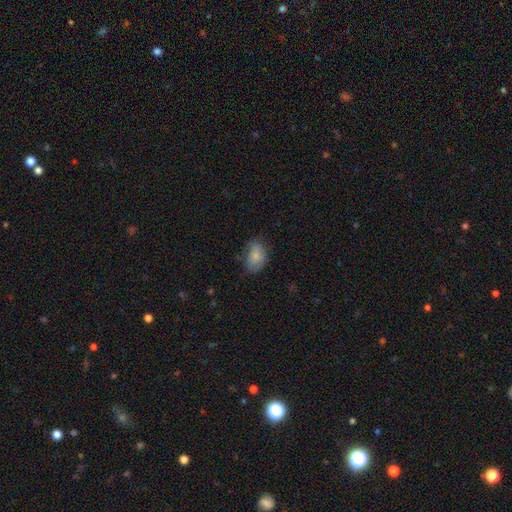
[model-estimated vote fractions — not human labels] smooth-or-featured: smooth: 79% | featured or disk: 14% | star or artifact: 7%
  how-rounded: in between: 85% | round: 14% | cigar-shaped: 1%
  merging: none: 61% | minor disturbance: 29% | major disturbance: 8% | merger: 2%